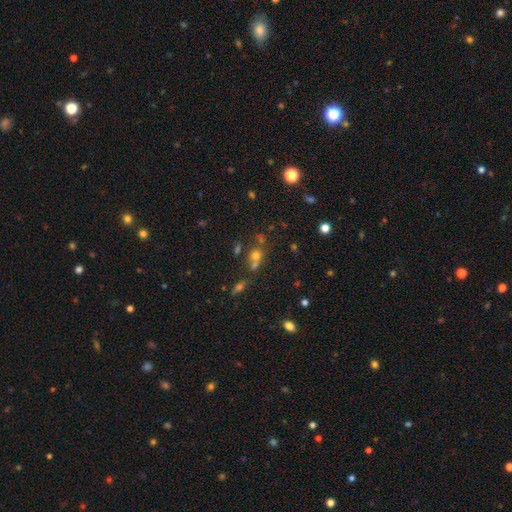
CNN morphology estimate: A smooth galaxy with no disk features (61%) that is round (76%).

Vote fractions:
- Smooth or featured? smooth: 61% / star or artifact: 24% / featured or disk: 15%
- How rounded? round: 76% / in between: 22% / cigar-shaped: 2%
- Merging? merger: 44% / none: 43% / minor disturbance: 9% / major disturbance: 5%